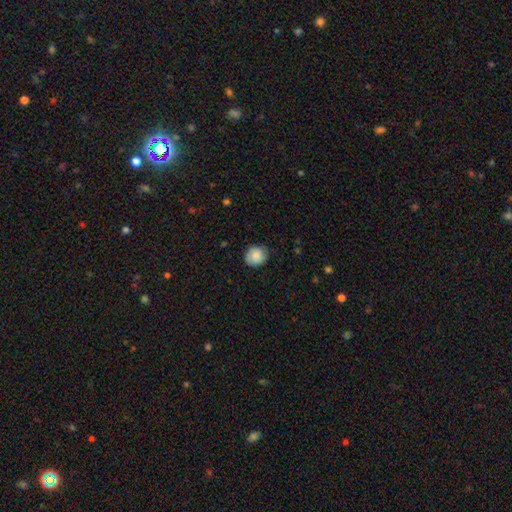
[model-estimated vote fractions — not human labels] smooth_or_featured: smooth (p=0.80) [alt: featured or disk p=0.13]
how_rounded: round (p=0.77) [alt: in between p=0.23]
merging: none (p=0.78) [alt: minor disturbance p=0.18]